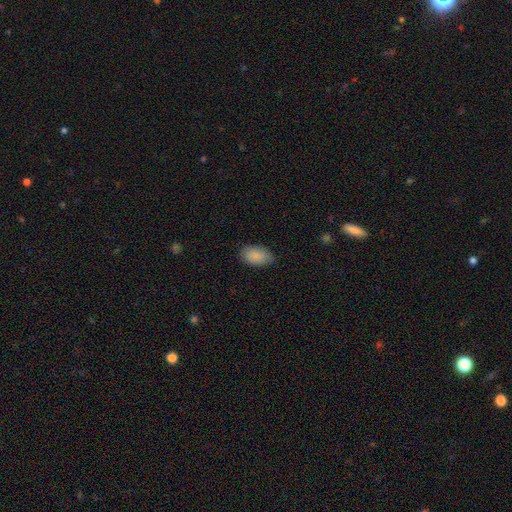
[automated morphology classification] Smooth or featured: smooth — 88% (star or artifact — 6%)
How rounded: in between — 94% (round — 5%)
Merging: none — 80% (minor disturbance — 17%)